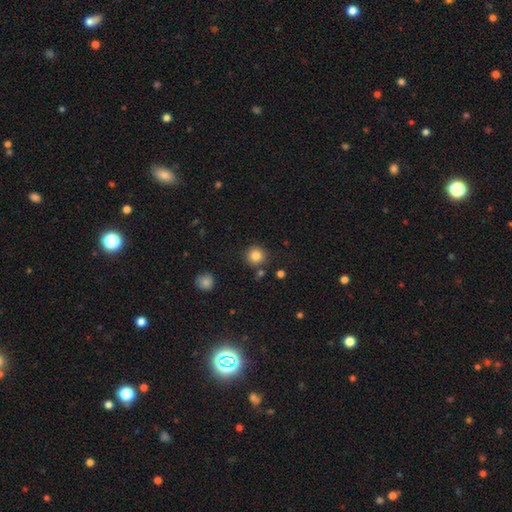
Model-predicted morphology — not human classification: This is clearly a smooth galaxy (83%). How rounded: clearly round (94%). Merging: clearly none (86%).